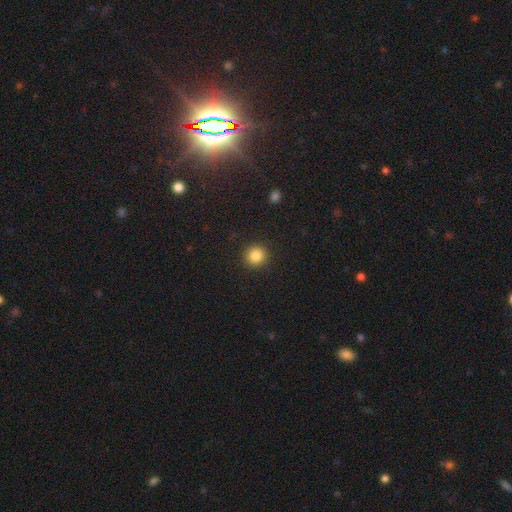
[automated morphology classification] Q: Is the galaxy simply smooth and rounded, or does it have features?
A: smooth — 85%.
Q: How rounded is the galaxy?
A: round — 94%.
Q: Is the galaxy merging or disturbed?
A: none — 92%.